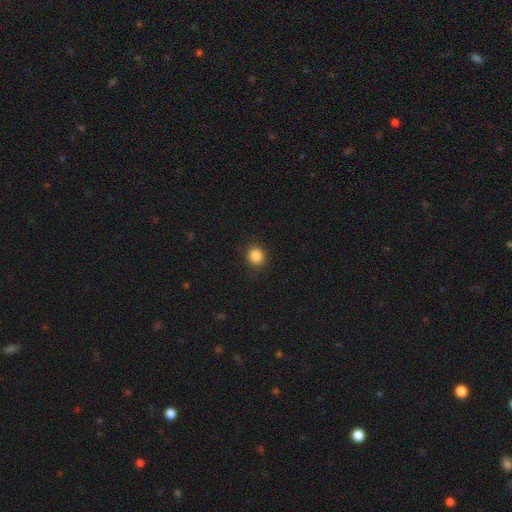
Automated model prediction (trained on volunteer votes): smooth-or-featured: smooth: 86% | star or artifact: 10% | featured or disk: 3%
  how-rounded: round: 87% | in between: 12% | cigar-shaped: 1%
  merging: none: 90% | minor disturbance: 7% | major disturbance: 2% | merger: 1%